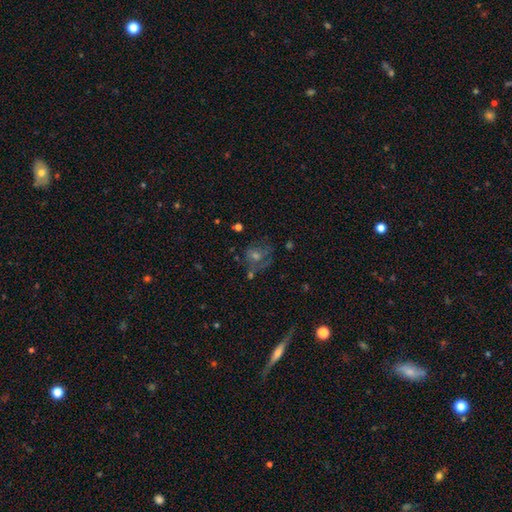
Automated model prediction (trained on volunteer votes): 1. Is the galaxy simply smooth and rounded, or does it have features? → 49% featured or disk, 28% smooth, 23% star or artifact.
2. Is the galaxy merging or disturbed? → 59% none, 18% minor disturbance, 16% major disturbance, 7% merger.